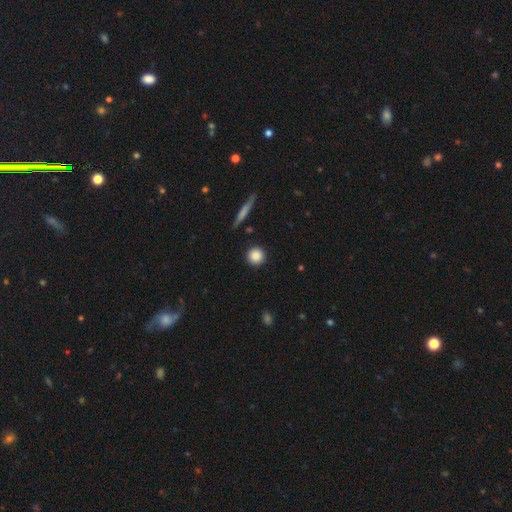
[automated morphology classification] This is clearly a smooth galaxy (87%). How rounded: clearly round (94%). Merging: clearly none (90%).